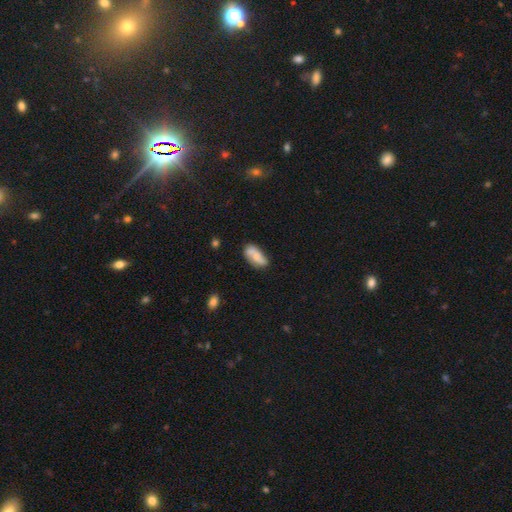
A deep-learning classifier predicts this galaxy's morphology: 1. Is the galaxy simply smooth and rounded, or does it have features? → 54% smooth, 39% featured or disk, 7% star or artifact.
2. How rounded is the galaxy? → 85% in between, 11% cigar-shaped, 3% round.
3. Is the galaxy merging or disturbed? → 65% none, 22% minor disturbance, 7% merger, 6% major disturbance.